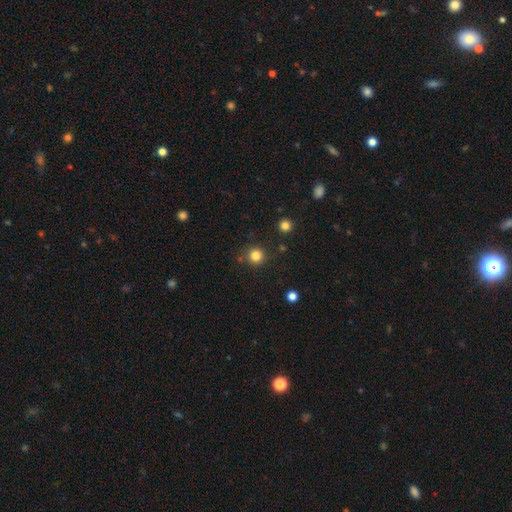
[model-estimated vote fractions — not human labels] This is clearly a smooth galaxy (83%). How rounded: clearly round (94%). Merging: clearly none (86%).